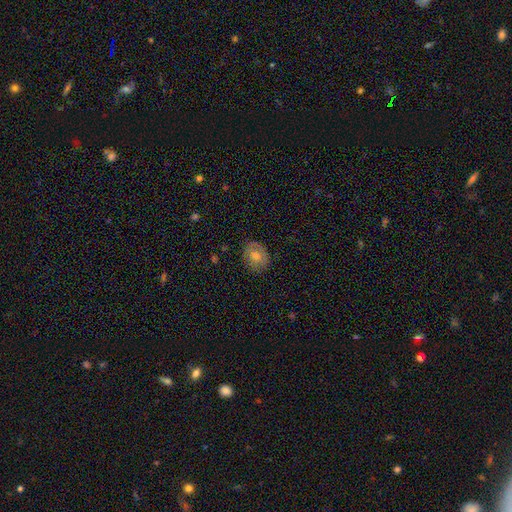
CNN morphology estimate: Smooth or featured? Predicted: smooth (p=0.66). How rounded? Predicted: in between (p=0.51). Merging? Predicted: none (p=0.79).